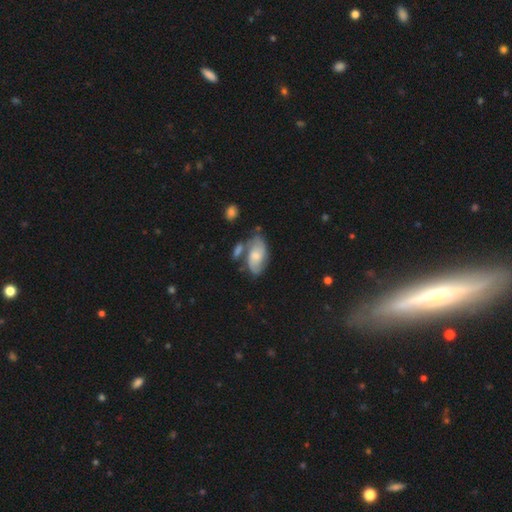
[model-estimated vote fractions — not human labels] A featured or disk galaxy (56%) with no bar (70%), spiral arms (84%) and a small central bulge (46%).

Vote fractions:
- Smooth or featured? featured or disk: 56% / smooth: 37% / star or artifact: 7%
- Edge-on disk? no: 94% / yes: 6%
- Bar? no: 70% / weak: 25% / strong: 4%
- Spiral arms? yes: 84% / no: 16%
- Bulge size? small: 46% / moderate: 43% / large: 5% / none: 4% / dominant: 1%
- Merging? none: 50% / merger: 21% / minor disturbance: 21% / major disturbance: 8%